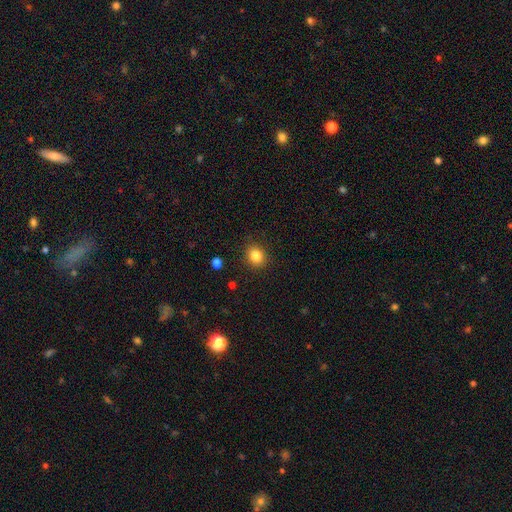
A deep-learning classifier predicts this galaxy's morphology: This is clearly a smooth galaxy (84%). How rounded: likely round (71%). Merging: clearly none (88%).